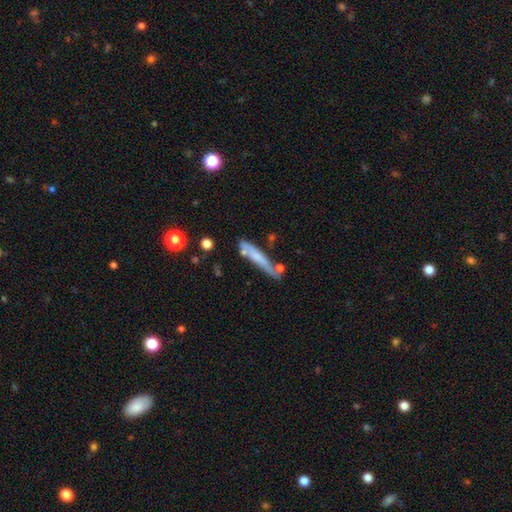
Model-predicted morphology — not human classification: Smooth or featured: smooth — 56% (featured or disk — 37%)
How rounded: cigar-shaped — 90% (in between — 8%)
Merging: none — 60% (minor disturbance — 21%)